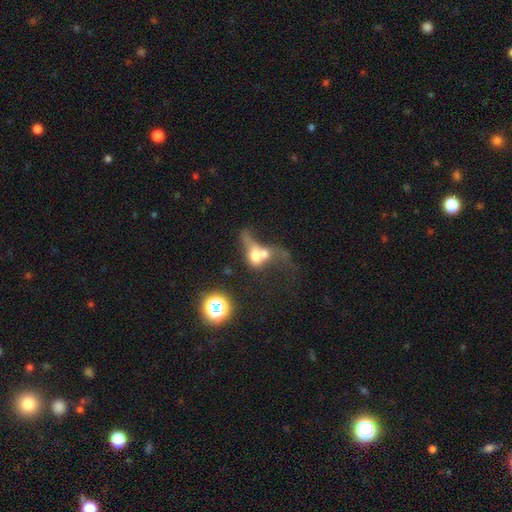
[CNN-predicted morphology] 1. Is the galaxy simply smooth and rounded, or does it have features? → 51% smooth, 35% featured or disk, 14% star or artifact.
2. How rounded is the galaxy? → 56% in between, 35% round, 9% cigar-shaped.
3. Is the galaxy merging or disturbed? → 70% merger, 17% major disturbance, 8% none, 5% minor disturbance.